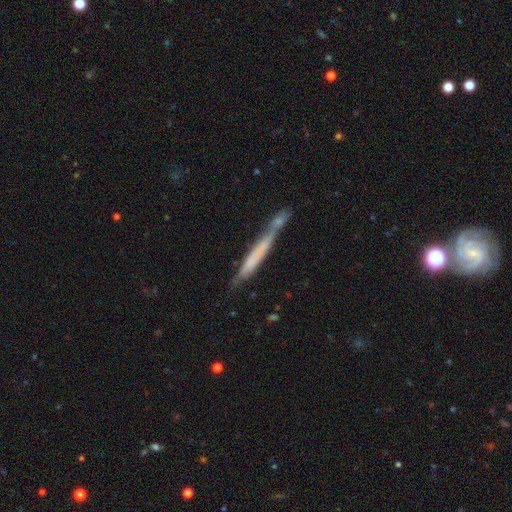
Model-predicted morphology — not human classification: A smooth galaxy with no disk features (48%). Merging: none (48%).